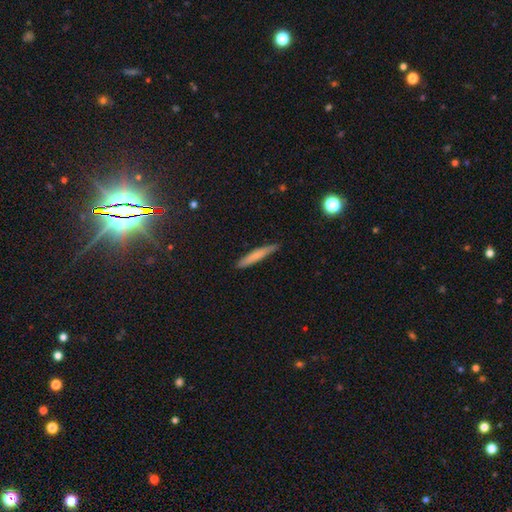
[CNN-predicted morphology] smooth 71%, featured or disk 23%, star or artifact 7%. Down the decision tree: how rounded — cigar-shaped (93%); merging — none (84%).